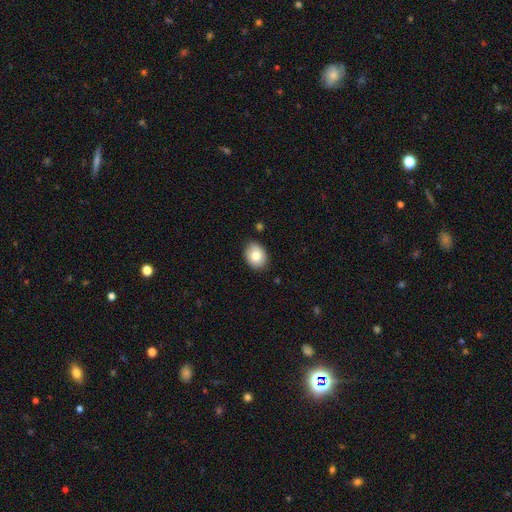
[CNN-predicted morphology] A smooth galaxy with no disk features (79%) that is in between round and cigar-shaped (60%). Merging: none (86%).